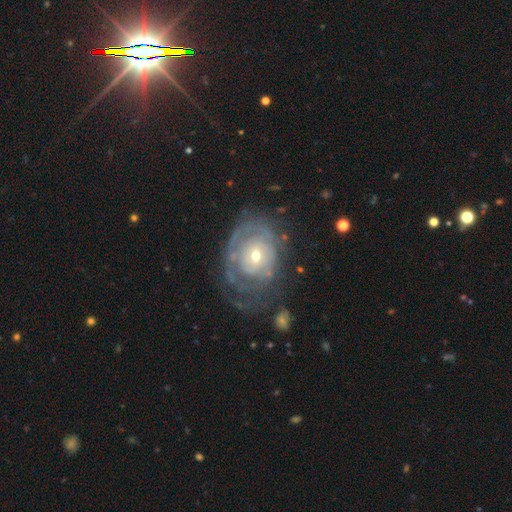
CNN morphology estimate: The model was most divided on "bulge size": small: 56%, moderate: 40%, large: 2%, none: 1%, dominant: 1%. More confident: edge-on disk — no (96%); bar — no (78%); smooth or featured — featured or disk (75%); spiral arms — yes (70%); merging — none (51%).